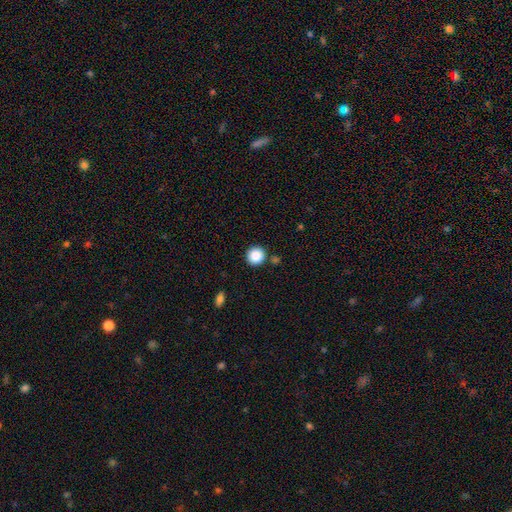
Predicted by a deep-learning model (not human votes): Morphology: type=smooth (87%); roundness=round (94%); merging=none (86%).